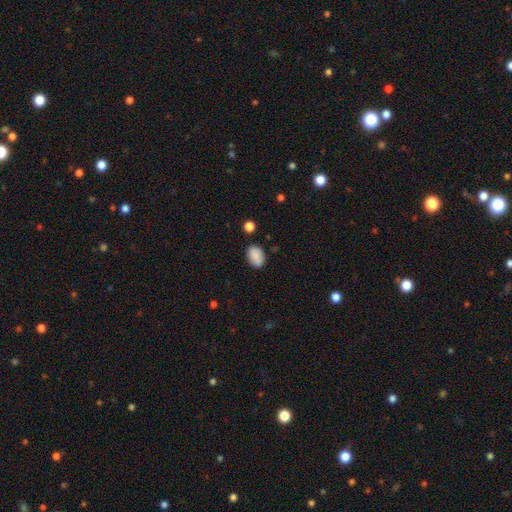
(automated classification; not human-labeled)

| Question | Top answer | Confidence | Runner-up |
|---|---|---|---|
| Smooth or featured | smooth | 88% | star or artifact (8%) |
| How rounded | in between | 85% | round (14%) |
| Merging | none | 81% | minor disturbance (13%) |